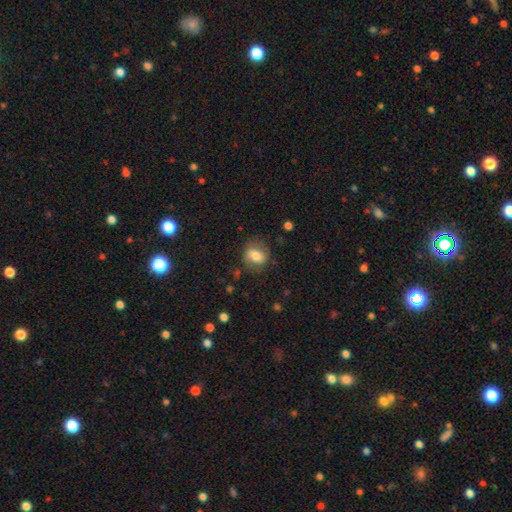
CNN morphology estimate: smooth_or_featured: smooth (p=0.72) [alt: featured or disk p=0.20]
how_rounded: in between (p=0.51) [alt: round p=0.48]
merging: none (p=0.69) [alt: minor disturbance p=0.20]